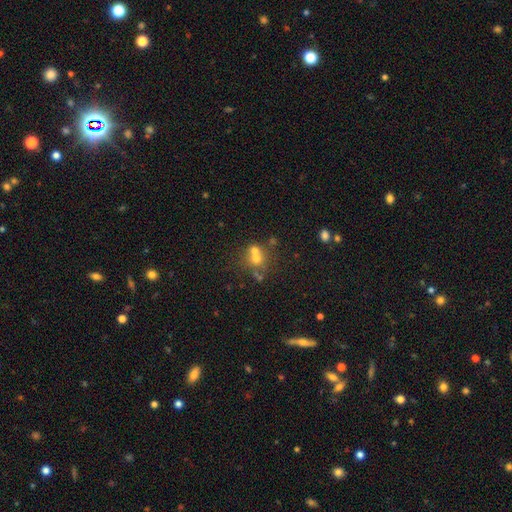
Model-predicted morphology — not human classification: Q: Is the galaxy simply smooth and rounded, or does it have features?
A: smooth — 60%.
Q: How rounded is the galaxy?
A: round — 79%.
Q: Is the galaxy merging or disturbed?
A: merger — 50%.